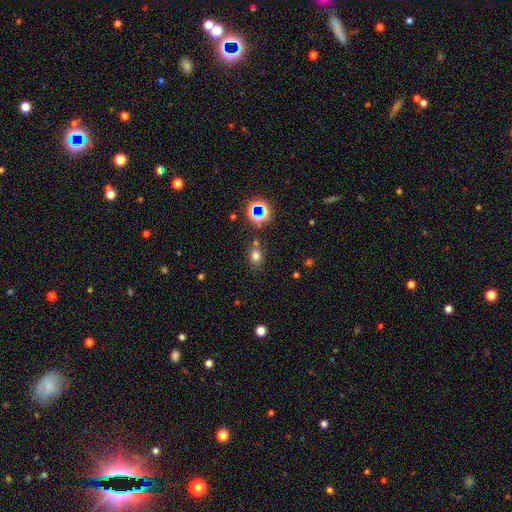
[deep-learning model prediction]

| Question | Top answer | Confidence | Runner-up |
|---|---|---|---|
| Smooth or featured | smooth | 70% | star or artifact (22%) |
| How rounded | round | 54% | in between (45%) |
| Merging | none | 72% | minor disturbance (13%) |